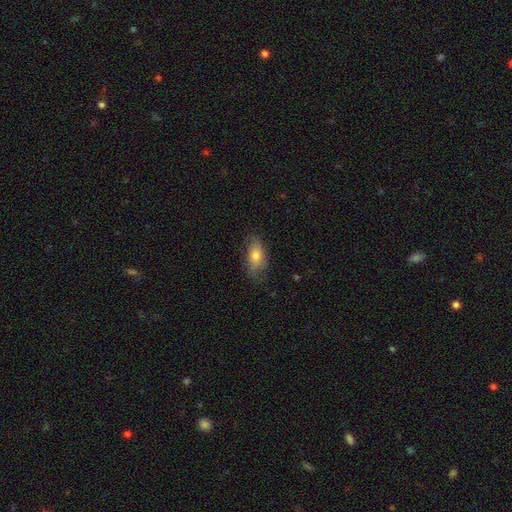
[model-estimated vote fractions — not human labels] A smooth galaxy with no disk features (75%) that is in between round and cigar-shaped (87%). Merging: none (72%).